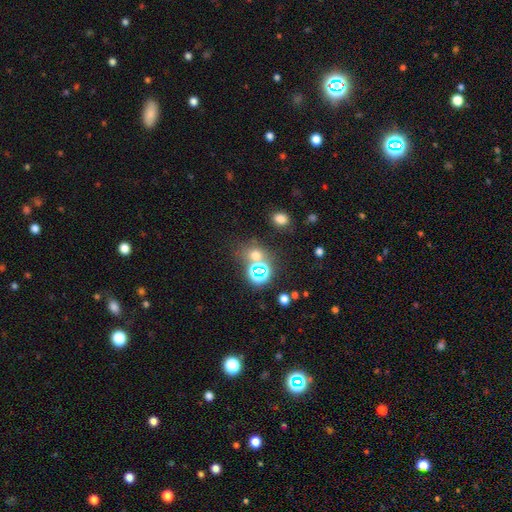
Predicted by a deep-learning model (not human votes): A smooth galaxy with no disk features (51%) that is round (73%). Merging: none (63%).